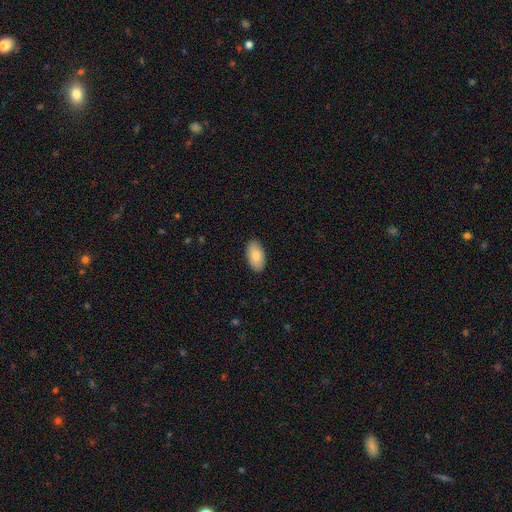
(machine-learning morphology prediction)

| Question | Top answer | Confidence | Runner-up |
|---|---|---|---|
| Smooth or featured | smooth | 83% | featured or disk (11%) |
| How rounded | in between | 95% | round (3%) |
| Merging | none | 89% | minor disturbance (9%) |